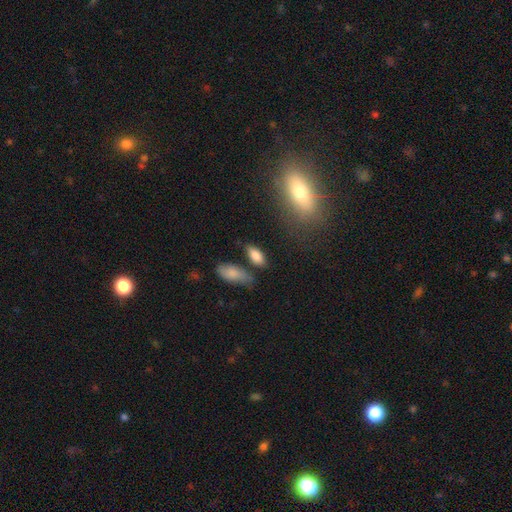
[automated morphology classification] A smooth galaxy with no disk features (83%) that is in between round and cigar-shaped (85%). Merging: none (69%).